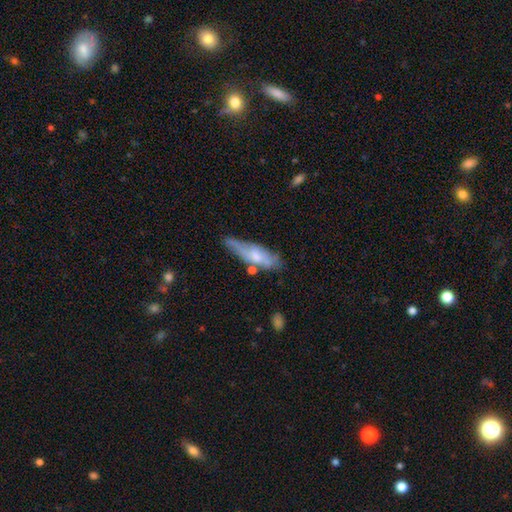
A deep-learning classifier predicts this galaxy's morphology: smooth 50%, featured or disk 44%, star or artifact 7%. Down the decision tree: merging — none (49%).